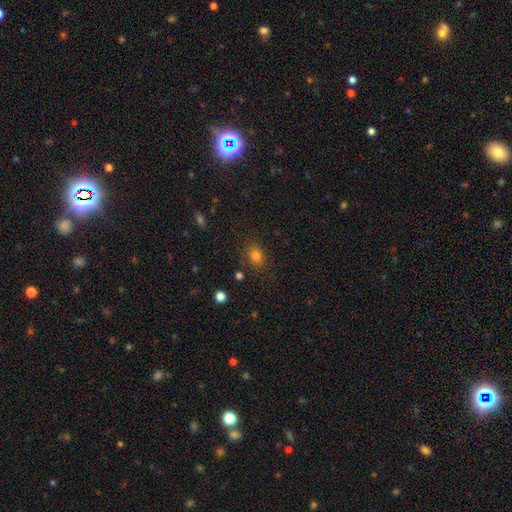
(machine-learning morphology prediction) Overall: smooth (79%). How rounded: in between (51%; round 48%). Merging: none (79%).